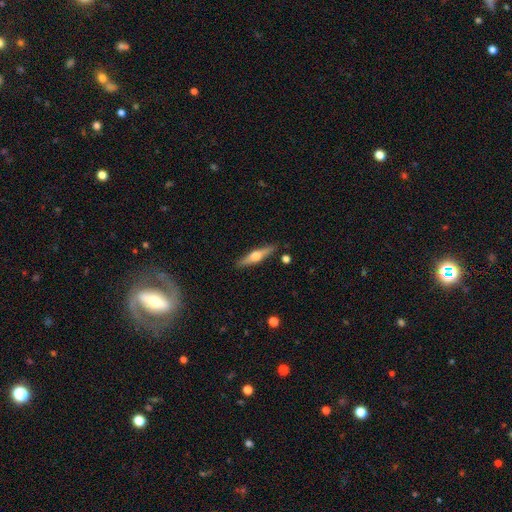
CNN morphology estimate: Q: Smooth or featured?
A: featured or disk (63%); runner-up: smooth (31%)
Q: Edge-on disk?
A: yes (96%); runner-up: no (4%)
Q: Edge-on bulge?
A: rounded (93%); runner-up: boxy (5%)
Q: Merging?
A: none (87%); runner-up: minor disturbance (9%)